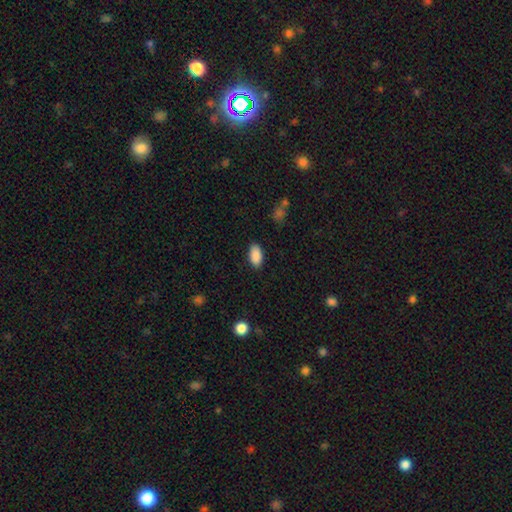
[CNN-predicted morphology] type=smooth (90%); roundness=in between (93%); merging=none (87%).